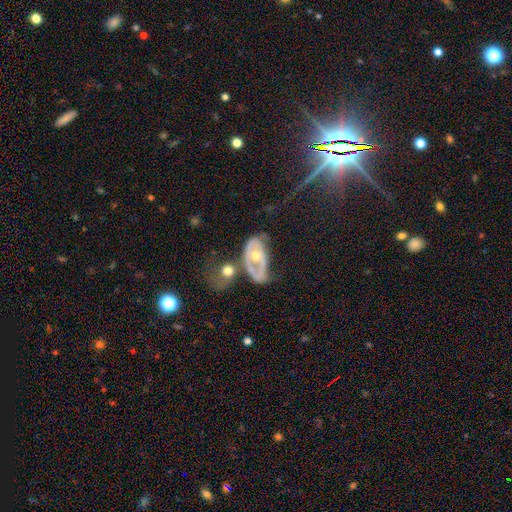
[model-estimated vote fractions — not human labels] Smooth or featured? Predicted: featured or disk (p=0.63). Edge-on disk? Predicted: no (p=0.91). Bar? Predicted: no (p=0.79). Spiral arms? Predicted: no (p=0.60). Bulge size? Predicted: moderate (p=0.67). Merging? Predicted: none (p=0.28).